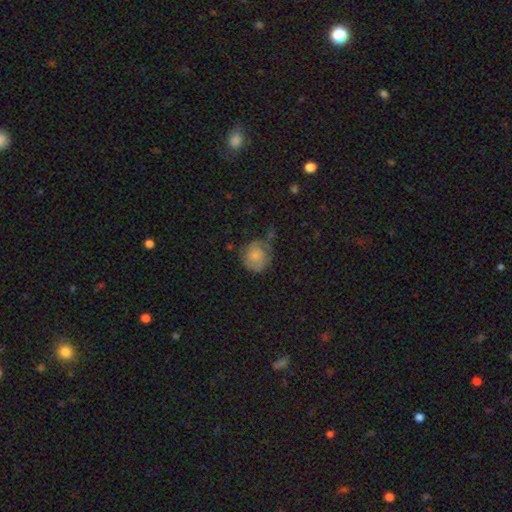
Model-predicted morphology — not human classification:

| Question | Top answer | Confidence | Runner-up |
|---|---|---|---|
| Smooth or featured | smooth | 70% | featured or disk (22%) |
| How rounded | round | 77% | in between (22%) |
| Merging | none | 41% | minor disturbance (31%) |